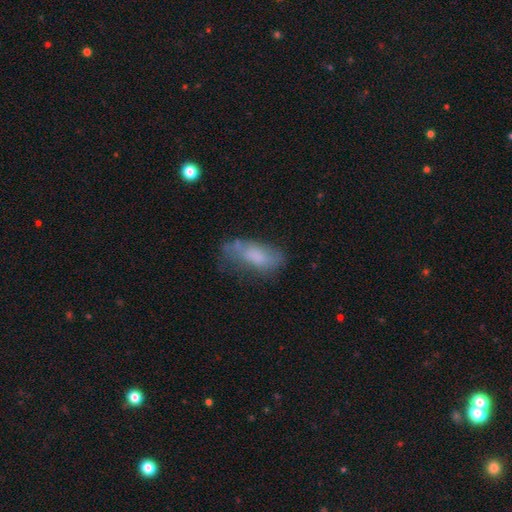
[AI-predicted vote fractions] Smooth or featured? smooth (65%)
How rounded? in between (80%)
Merging? none (42%)